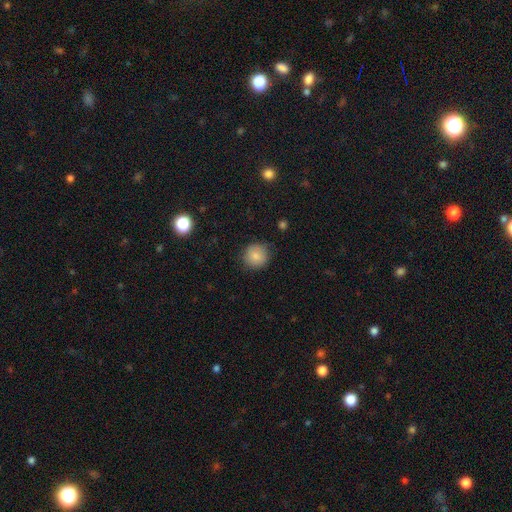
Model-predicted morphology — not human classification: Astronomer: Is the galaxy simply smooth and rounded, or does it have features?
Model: smooth — 85%.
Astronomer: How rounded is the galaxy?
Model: round — 92%.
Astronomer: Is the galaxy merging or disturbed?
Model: none — 85%.